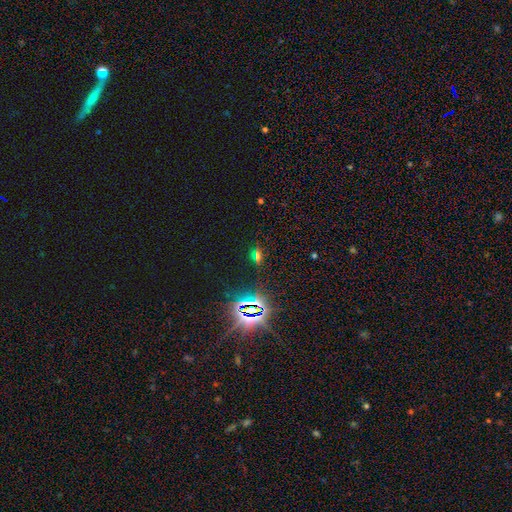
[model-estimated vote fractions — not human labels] Smooth or featured? Predicted: star or artifact (p=0.61).